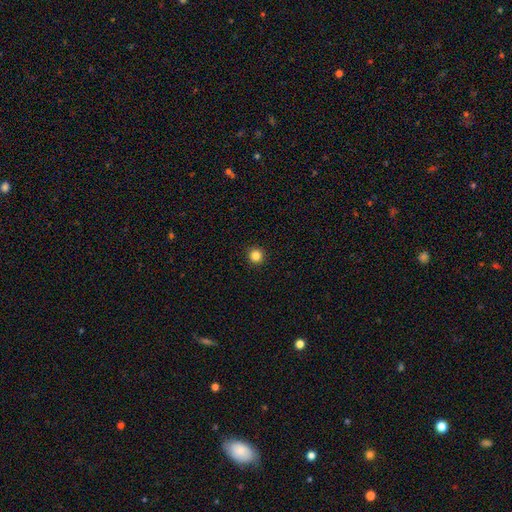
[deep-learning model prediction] A smooth galaxy with no disk features (84%) that is round (95%). Merging: none (94%).